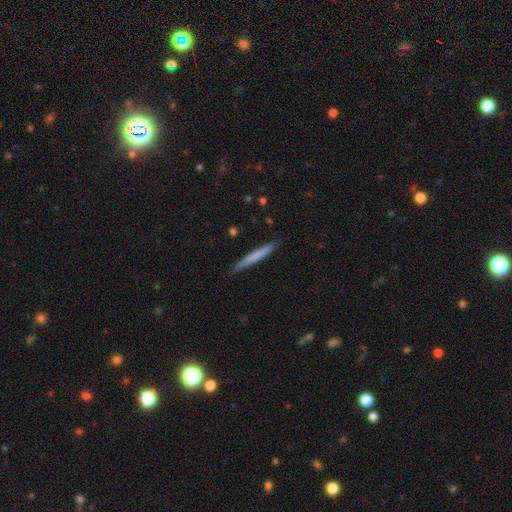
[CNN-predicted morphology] type=smooth (65%); roundness=cigar-shaped (97%); merging=none (87%).